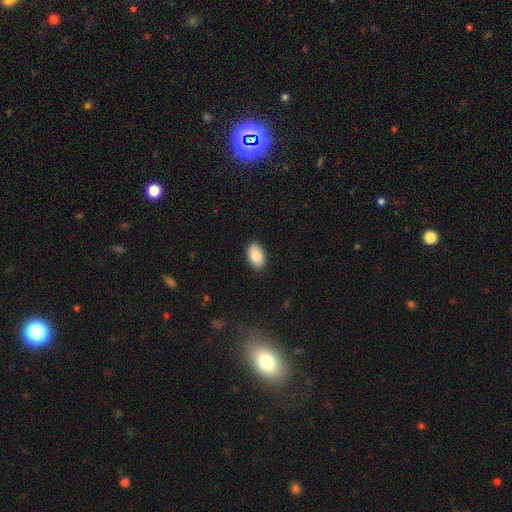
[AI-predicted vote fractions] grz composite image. It shows a smooth galaxy with no disk features (89%) that is in between round and cigar-shaped (94%). Merging: none (88%).